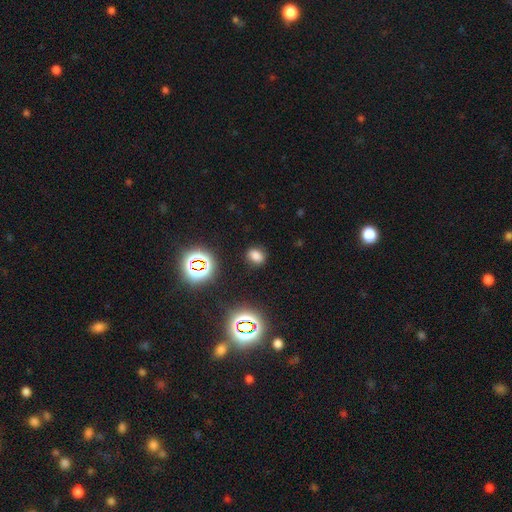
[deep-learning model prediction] Smooth or featured: smooth — 72% (star or artifact — 22%)
How rounded: in between — 60% (round — 39%)
Merging: none — 85% (minor disturbance — 10%)